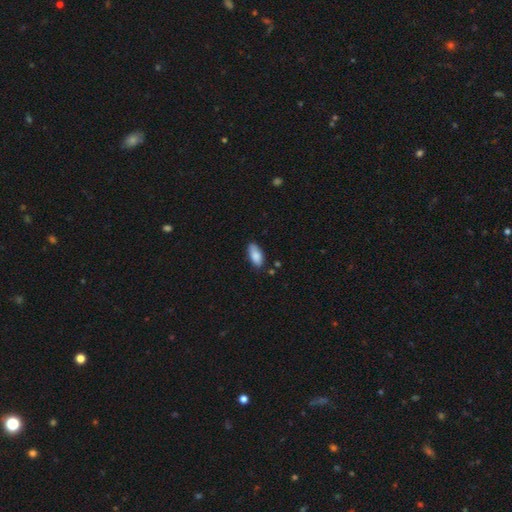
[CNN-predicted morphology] smooth_or_featured: smooth (p=0.86) [alt: featured or disk p=0.07]
how_rounded: in between (p=0.88) [alt: cigar-shaped p=0.10]
merging: none (p=0.75) [alt: minor disturbance p=0.19]